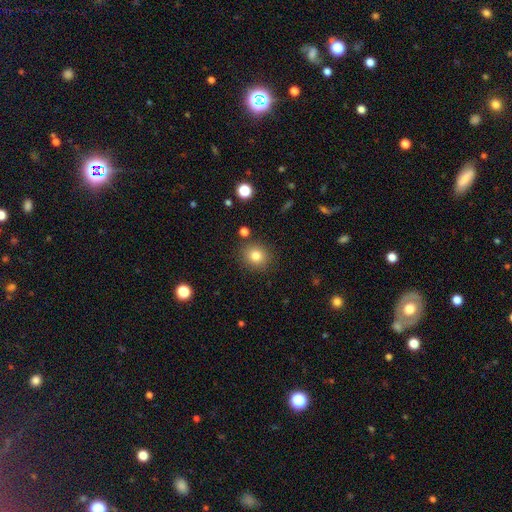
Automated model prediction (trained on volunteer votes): The model was most divided on "how rounded": round: 83%, in between: 16%, cigar-shaped: 1%. More confident: merging — none (88%); smooth or featured — smooth (82%).